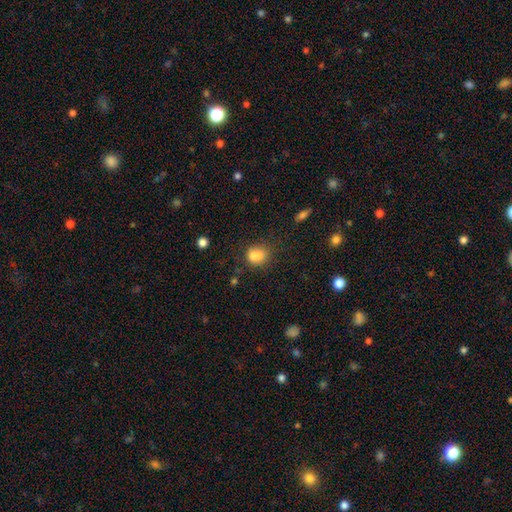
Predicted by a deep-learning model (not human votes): Smooth or featured?
  - smooth: 74% *
  - featured or disk: 14%
  - star or artifact: 12%
How rounded?
  - round: 66% *
  - in between: 33%
  - cigar-shaped: 1%
Merging?
  - merger: 44% *
  - none: 37%
  - minor disturbance: 13%
  - major disturbance: 6%